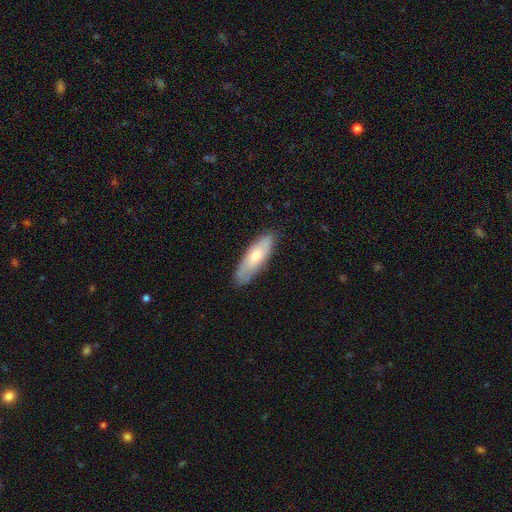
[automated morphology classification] Overall: smooth (64%; featured or disk 30%). How rounded: in between (55%; cigar-shaped 43%). Merging: none (82%).